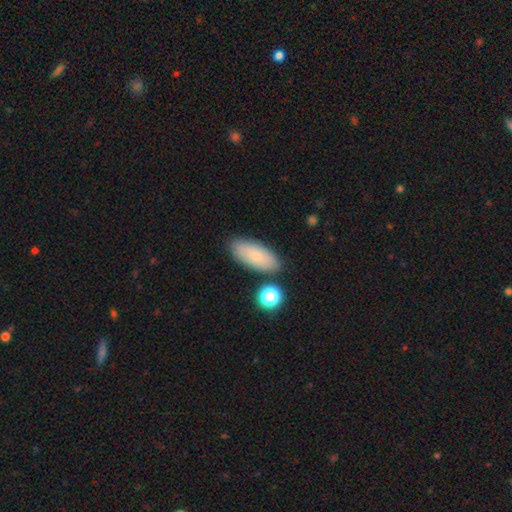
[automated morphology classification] This appears to be a smooth galaxy with no disk features (78%) that is in between round and cigar-shaped (84%). Merging: none (82%).